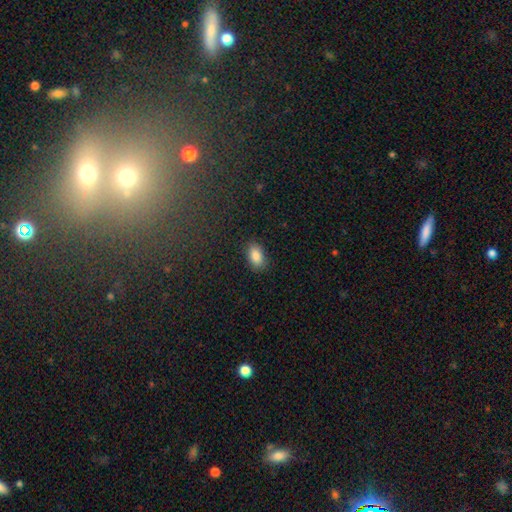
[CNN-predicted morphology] Smooth or featured? Predicted: smooth (p=0.87). How rounded? Predicted: in between (p=0.91). Merging? Predicted: none (p=0.86).